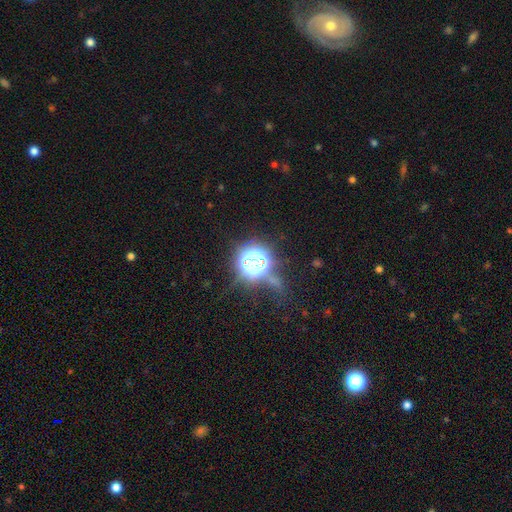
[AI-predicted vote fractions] This is likely a star or artifact rather than a galaxy (76%).